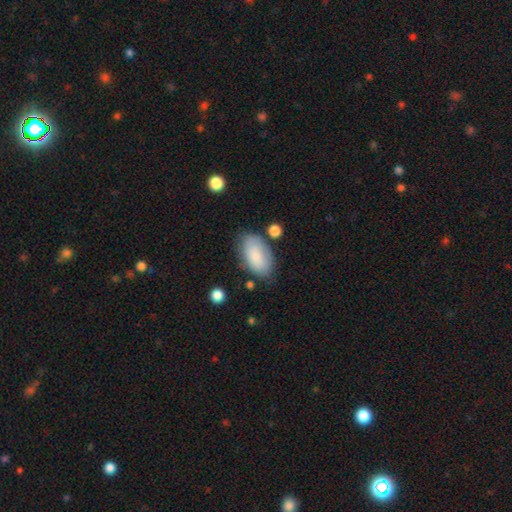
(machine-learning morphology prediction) Q: Smooth or featured?
A: smooth (80%); runner-up: featured or disk (14%)
Q: How rounded?
A: in between (94%); runner-up: round (4%)
Q: Merging?
A: none (70%); runner-up: minor disturbance (19%)